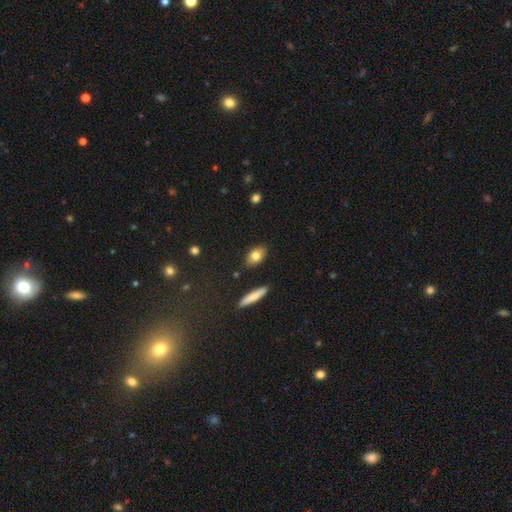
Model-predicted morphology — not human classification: smooth-or-featured: smooth: 78% | featured or disk: 14% | star or artifact: 8%
  how-rounded: in between: 84% | round: 10% | cigar-shaped: 6%
  merging: none: 85% | minor disturbance: 10% | merger: 2% | major disturbance: 2%